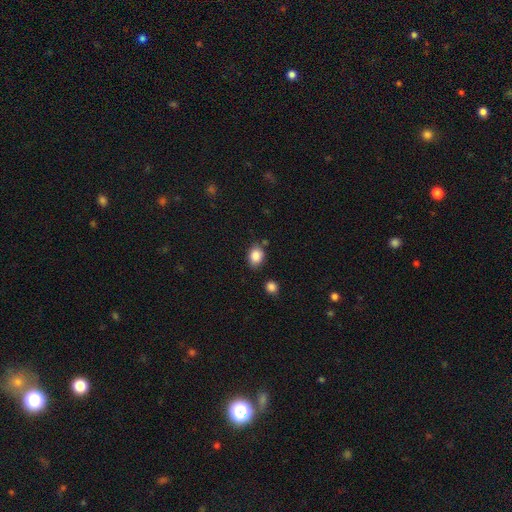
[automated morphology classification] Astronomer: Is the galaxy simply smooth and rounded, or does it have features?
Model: smooth — 87%.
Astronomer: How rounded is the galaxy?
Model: in between — 65%.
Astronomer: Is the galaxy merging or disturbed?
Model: none — 74%.